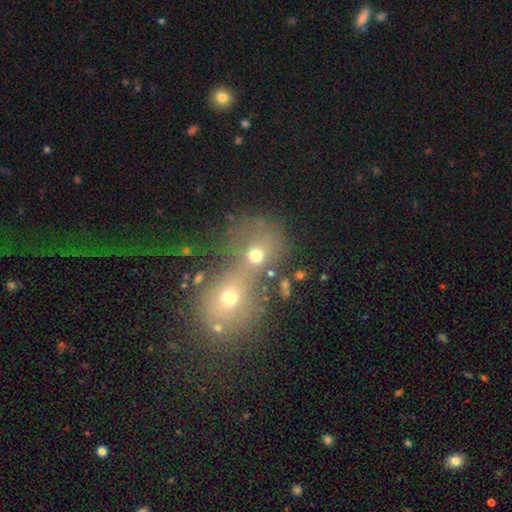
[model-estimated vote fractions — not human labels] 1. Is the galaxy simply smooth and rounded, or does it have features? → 64% smooth, 20% star or artifact, 17% featured or disk.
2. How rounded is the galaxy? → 72% round, 26% in between, 1% cigar-shaped.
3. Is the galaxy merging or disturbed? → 70% merger, 20% none, 5% major disturbance, 5% minor disturbance.